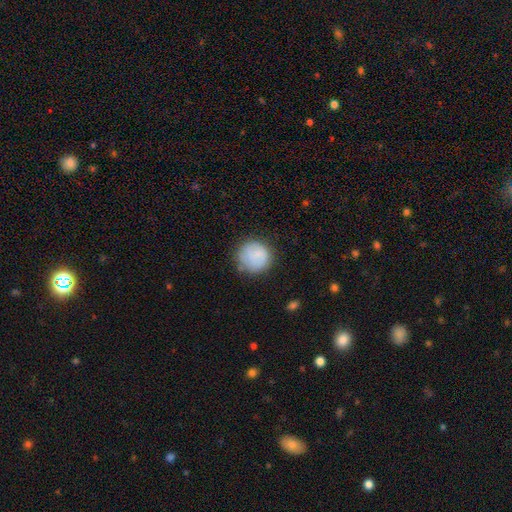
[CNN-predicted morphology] smooth 76%, featured or disk 17%, star or artifact 7%. Down the decision tree: how rounded — round (92%); merging — none (71%).